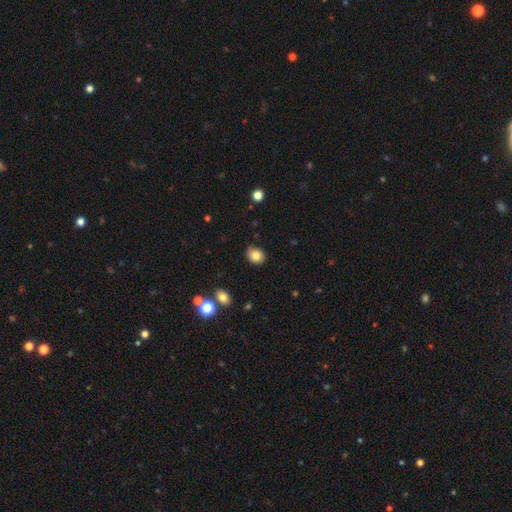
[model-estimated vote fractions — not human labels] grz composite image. It shows a smooth galaxy with no disk features (81%) that is round (59%). Merging: none (79%).